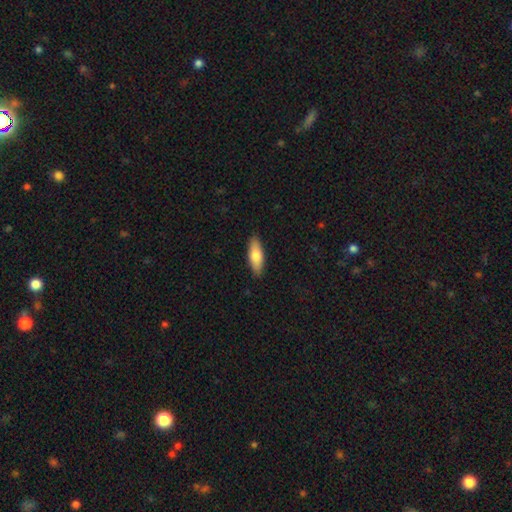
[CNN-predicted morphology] The model was most divided on "how rounded": in between: 61%, cigar-shaped: 36%, round: 2%. More confident: merging — none (89%); smooth or featured — smooth (75%).